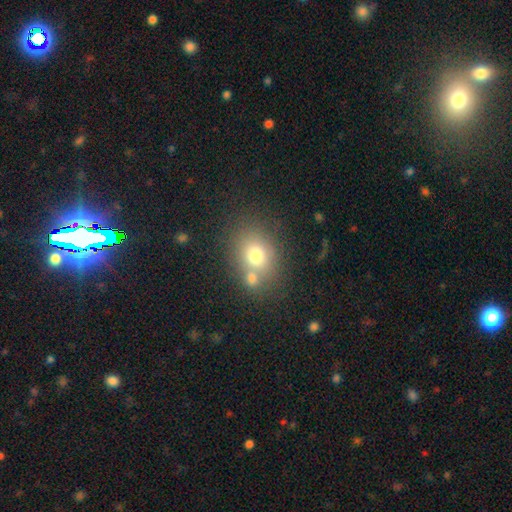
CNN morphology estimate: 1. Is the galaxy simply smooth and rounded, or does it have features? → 72% smooth, 15% featured or disk, 12% star or artifact.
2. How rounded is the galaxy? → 50% in between, 49% round, 1% cigar-shaped.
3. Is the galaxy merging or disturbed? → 54% none, 29% merger, 12% minor disturbance, 5% major disturbance.